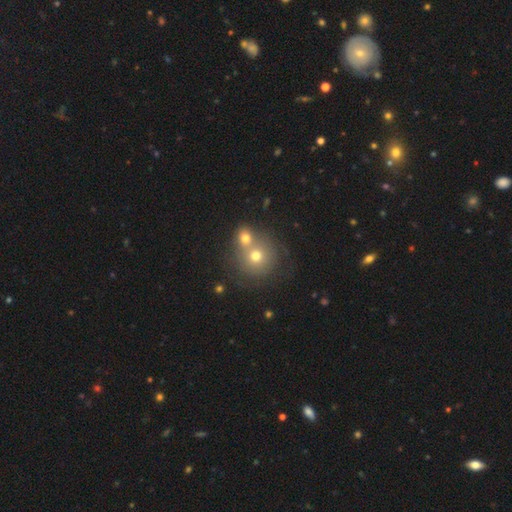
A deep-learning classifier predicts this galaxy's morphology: Smooth or featured: smooth — 64% (featured or disk — 22%)
How rounded: round — 86% (in between — 13%)
Merging: merger — 53% (none — 36%)